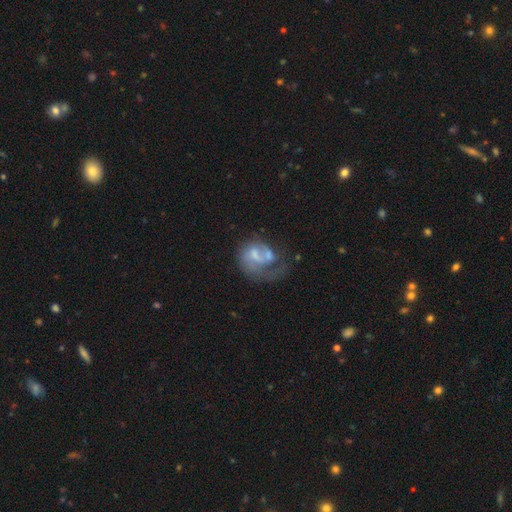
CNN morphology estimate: Overall: featured or disk (61%; smooth 31%). Edge-on disk: no (98%). Bar: no (56%; weak 36%). Spiral arms: yes (62%; no 38%). Bulge size: none (33%; moderate 30%). Merging: major disturbance (45%; none 25%).